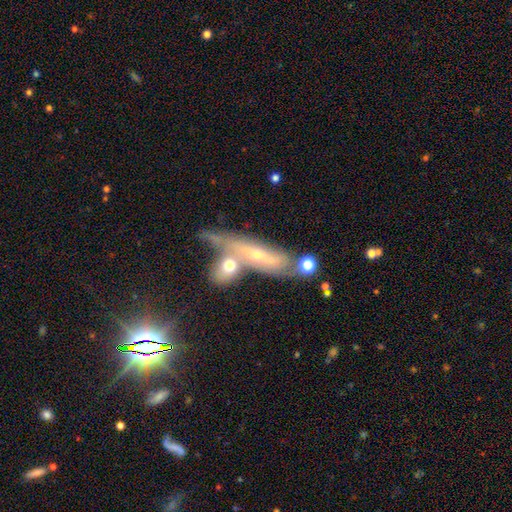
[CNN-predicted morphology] smooth_or_featured: featured or disk (p=0.61) [alt: smooth p=0.27]
disk_edge_on: no (p=0.54) [alt: yes p=0.46]
merging: none (p=0.42) [alt: merger p=0.32]